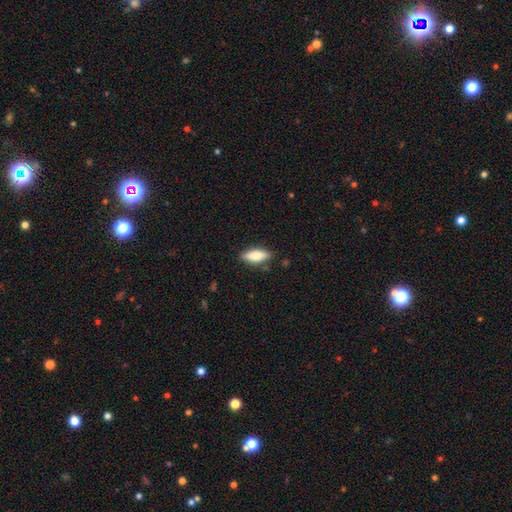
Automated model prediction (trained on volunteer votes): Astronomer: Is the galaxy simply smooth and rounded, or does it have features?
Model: smooth — 69%.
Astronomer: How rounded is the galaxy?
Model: in between — 66%.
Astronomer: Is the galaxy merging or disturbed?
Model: none — 85%.